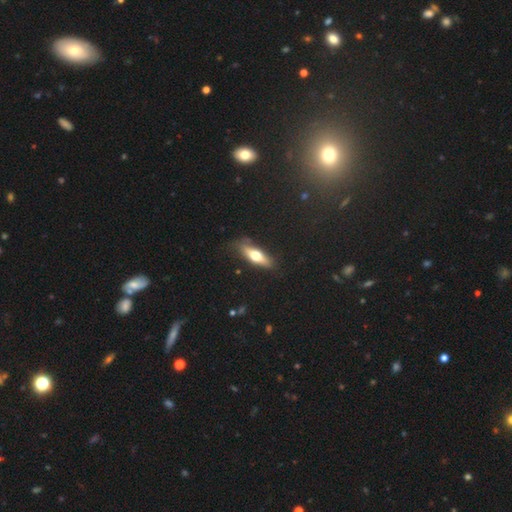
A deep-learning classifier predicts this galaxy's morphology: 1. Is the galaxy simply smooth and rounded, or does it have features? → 52% smooth, 42% featured or disk, 6% star or artifact.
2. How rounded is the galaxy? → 54% cigar-shaped, 43% in between, 3% round.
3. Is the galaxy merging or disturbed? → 78% none, 16% minor disturbance, 4% major disturbance, 2% merger.